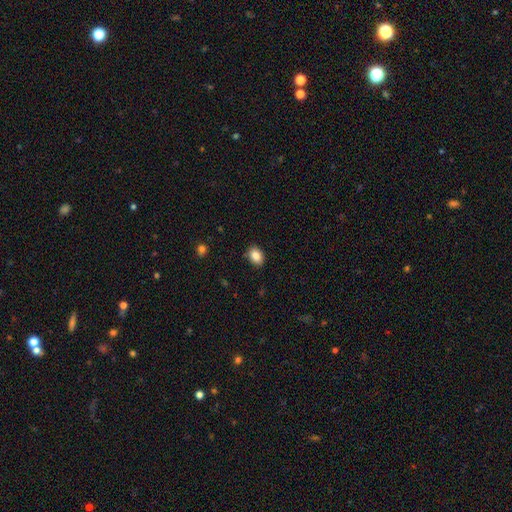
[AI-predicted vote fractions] smooth_or_featured: smooth (p=0.87) [alt: star or artifact p=0.08]
how_rounded: in between (p=0.72) [alt: round p=0.26]
merging: none (p=0.86) [alt: minor disturbance p=0.11]